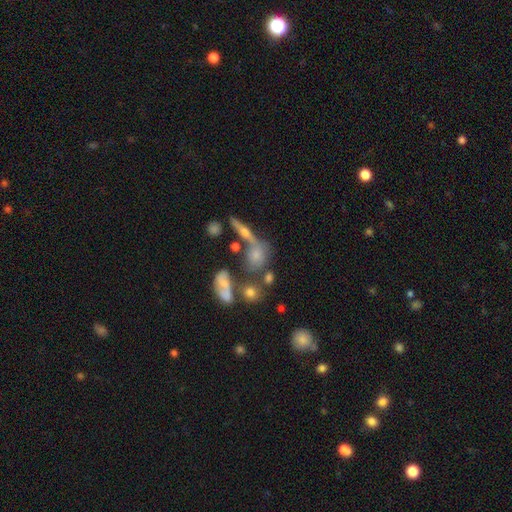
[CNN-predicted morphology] smooth_or_featured: smooth (p=0.59) [alt: featured or disk p=0.28]
how_rounded: round (p=0.46) [alt: in between p=0.44]
merging: none (p=0.44) [alt: merger p=0.30]